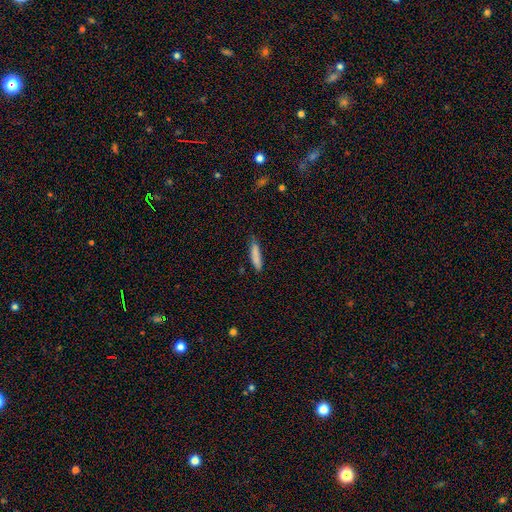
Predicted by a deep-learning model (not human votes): This appears to be a smooth galaxy with no disk features (84%) that is cigar-shaped (79%). Merging: none (73%).